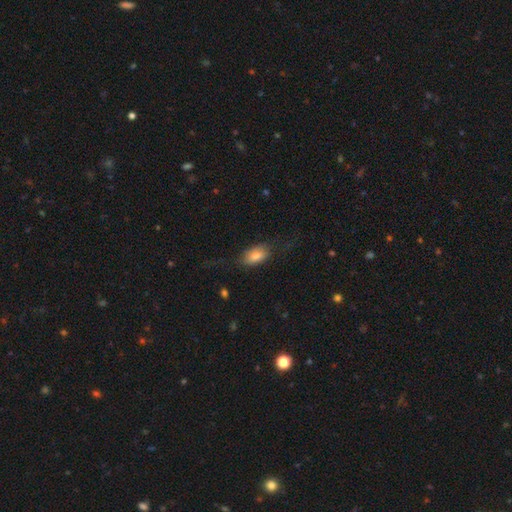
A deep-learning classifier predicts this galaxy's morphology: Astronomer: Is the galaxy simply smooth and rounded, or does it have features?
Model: smooth — 75%.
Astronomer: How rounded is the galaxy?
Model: in between — 89%.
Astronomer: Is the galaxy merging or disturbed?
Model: none — 61%.